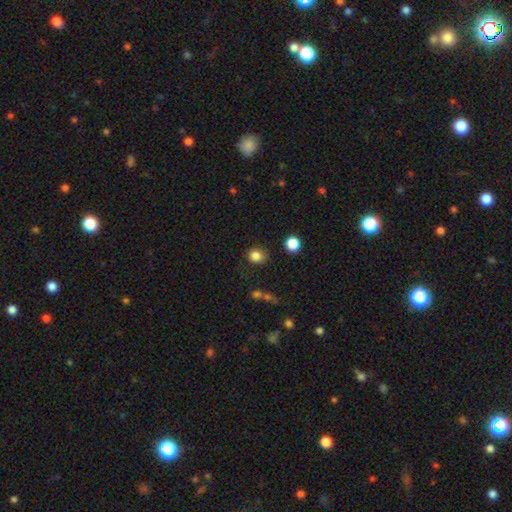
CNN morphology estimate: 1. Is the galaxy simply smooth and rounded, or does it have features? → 84% smooth, 11% star or artifact, 5% featured or disk.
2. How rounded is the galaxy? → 79% round, 20% in between, 1% cigar-shaped.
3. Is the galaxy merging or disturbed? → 82% none, 12% minor disturbance, 3% major disturbance, 3% merger.